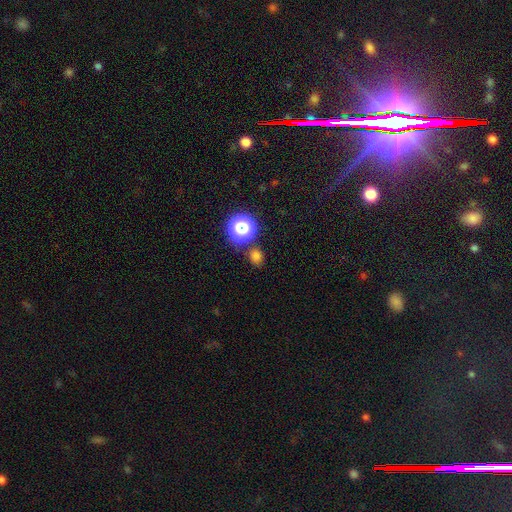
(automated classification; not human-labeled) This appears to be a smooth galaxy with no disk features (71%) that is round (73%). Merging: none (78%).